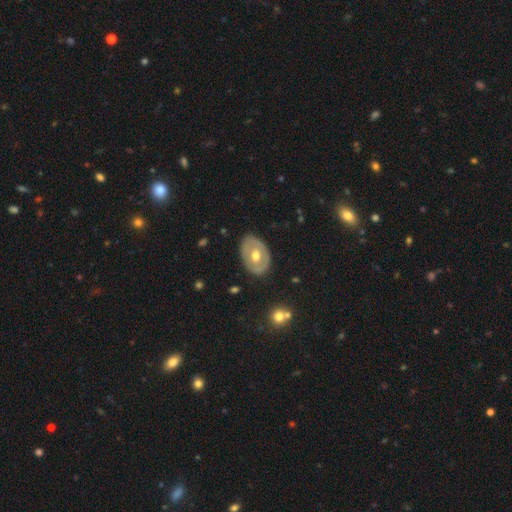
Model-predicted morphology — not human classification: Q: Smooth or featured?
A: featured or disk (54%); runner-up: smooth (40%)
Q: Edge-on disk?
A: no (91%); runner-up: yes (9%)
Q: Merging?
A: none (80%); runner-up: minor disturbance (15%)